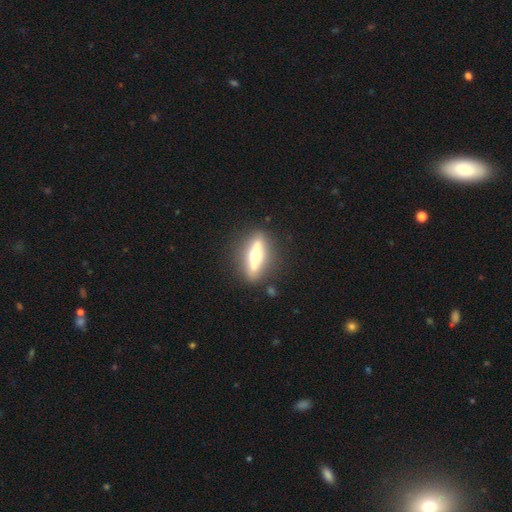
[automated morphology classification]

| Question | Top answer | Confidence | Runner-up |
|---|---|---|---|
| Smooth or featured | featured or disk | 58% | smooth (35%) |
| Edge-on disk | yes | 84% | no (16%) |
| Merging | none | 85% | minor disturbance (9%) |